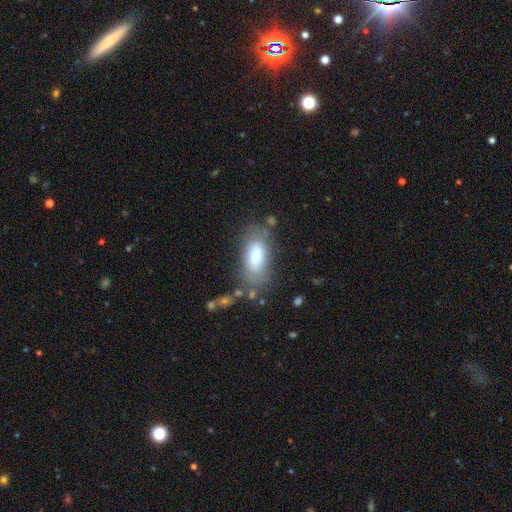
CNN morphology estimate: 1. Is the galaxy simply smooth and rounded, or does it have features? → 74% smooth, 18% featured or disk, 8% star or artifact.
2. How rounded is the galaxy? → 87% in between, 10% cigar-shaped, 3% round.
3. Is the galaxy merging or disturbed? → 73% none, 16% minor disturbance, 6% major disturbance, 5% merger.